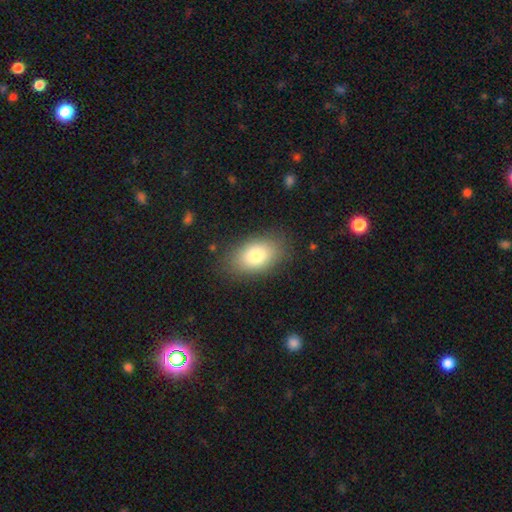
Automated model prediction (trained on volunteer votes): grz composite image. It shows a smooth galaxy with no disk features (80%) that is in between round and cigar-shaped (87%). Merging: none (83%).